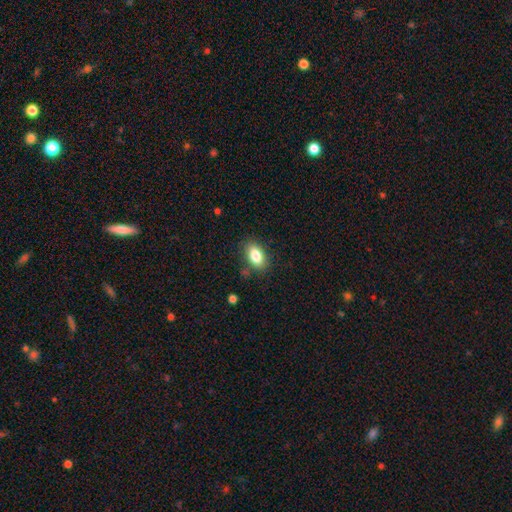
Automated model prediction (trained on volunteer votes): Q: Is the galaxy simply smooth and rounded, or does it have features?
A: smooth — 84%.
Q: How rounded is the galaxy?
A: in between — 89%.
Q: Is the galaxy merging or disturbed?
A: none — 84%.